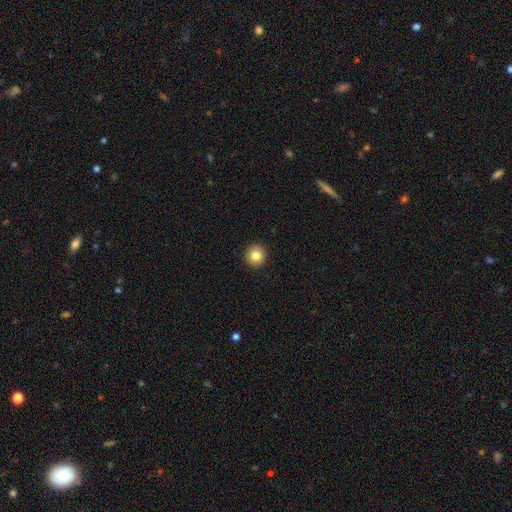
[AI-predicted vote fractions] This is clearly a smooth galaxy (83%). How rounded: clearly round (94%). Merging: clearly none (93%).